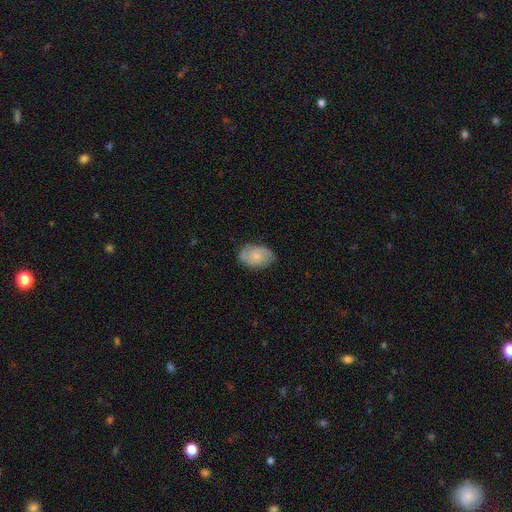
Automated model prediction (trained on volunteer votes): This is possibly a featured or disk galaxy (50%). Merging: likely none (76%).